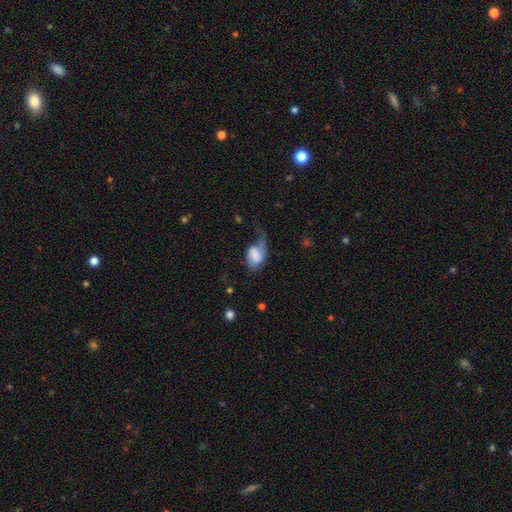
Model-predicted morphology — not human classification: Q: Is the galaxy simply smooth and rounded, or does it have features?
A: smooth — 55%.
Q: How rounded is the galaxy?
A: in between — 85%.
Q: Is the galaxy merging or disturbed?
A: major disturbance — 52%.